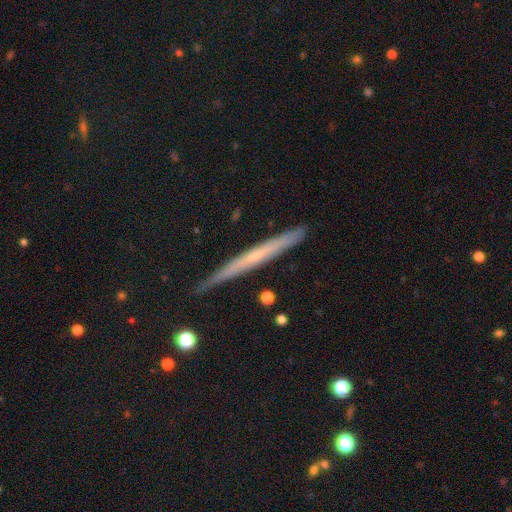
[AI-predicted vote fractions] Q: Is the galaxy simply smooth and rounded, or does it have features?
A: featured or disk — 55%.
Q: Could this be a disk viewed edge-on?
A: yes — 96%.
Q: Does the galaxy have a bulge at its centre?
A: none — 73%.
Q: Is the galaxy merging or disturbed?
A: none — 86%.